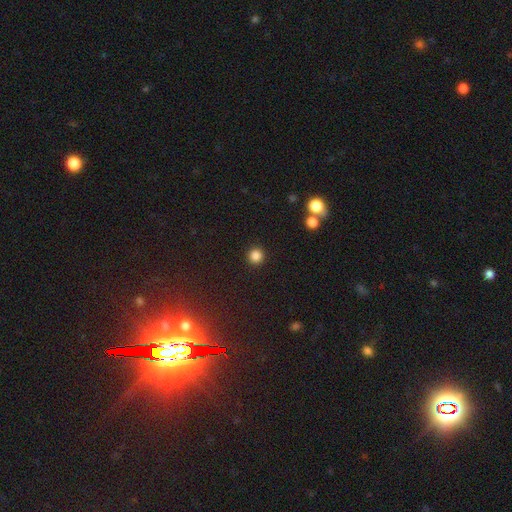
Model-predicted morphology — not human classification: smooth_or_featured: smooth (p=0.85) [alt: star or artifact p=0.11]
how_rounded: round (p=0.95) [alt: in between p=0.04]
merging: none (p=0.93) [alt: minor disturbance p=0.04]